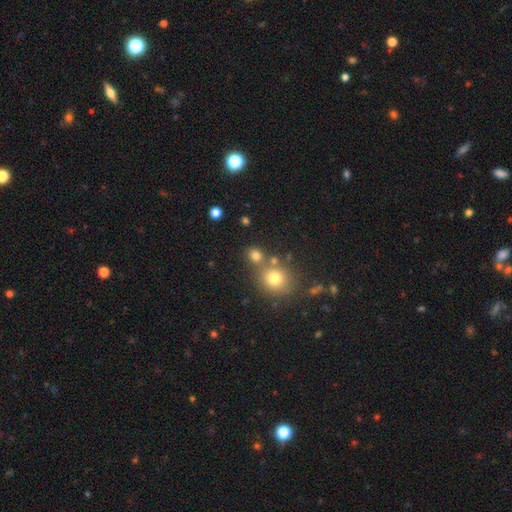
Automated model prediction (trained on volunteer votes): Overall: smooth (76%). How rounded: round (79%). Merging: none (66%).